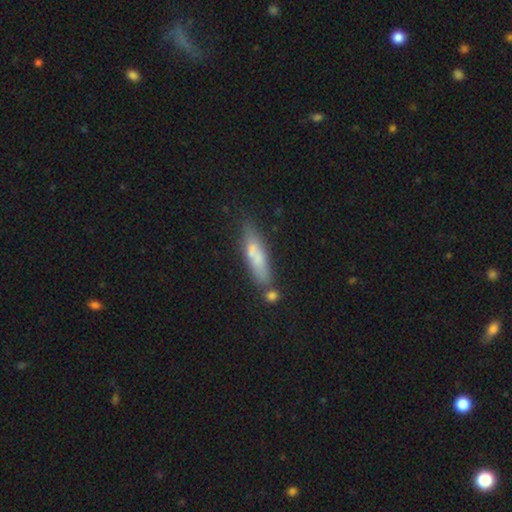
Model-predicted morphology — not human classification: Smooth or featured? smooth (62%)
How rounded? cigar-shaped (73%)
Merging? none (63%)